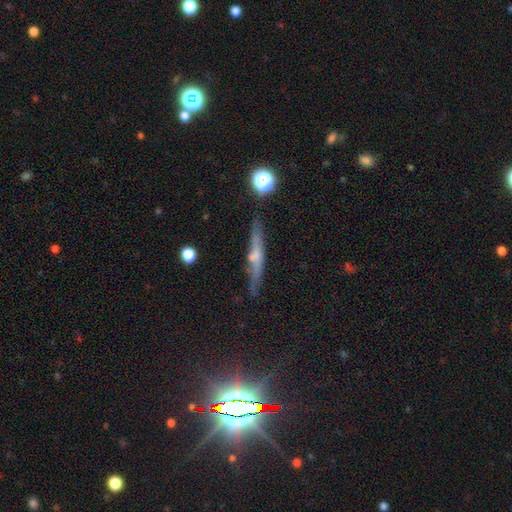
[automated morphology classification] A featured or disk galaxy (49%). Merging: none (79%).